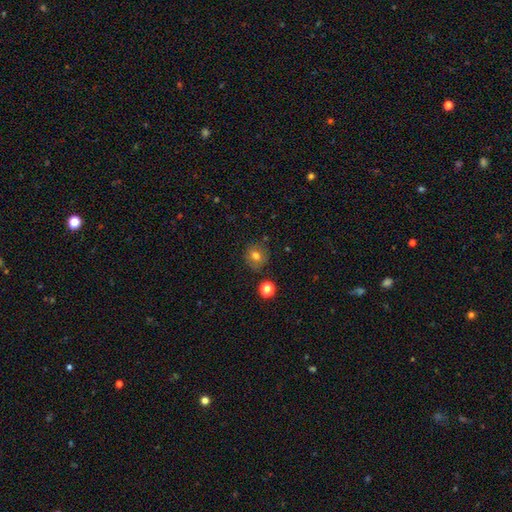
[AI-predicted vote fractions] Smooth or featured: smooth — 75% (star or artifact — 13%)
How rounded: round — 85% (in between — 14%)
Merging: none — 80% (minor disturbance — 13%)